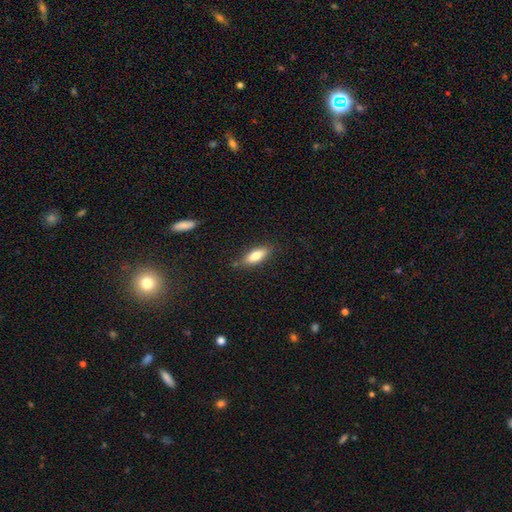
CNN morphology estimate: A smooth galaxy with no disk features (77%) that is in between round and cigar-shaped (68%).

Vote fractions:
- Smooth or featured? smooth: 77% / featured or disk: 16% / star or artifact: 7%
- How rounded? in between: 68% / cigar-shaped: 30% / round: 2%
- Merging? none: 79% / minor disturbance: 16% / major disturbance: 3% / merger: 2%